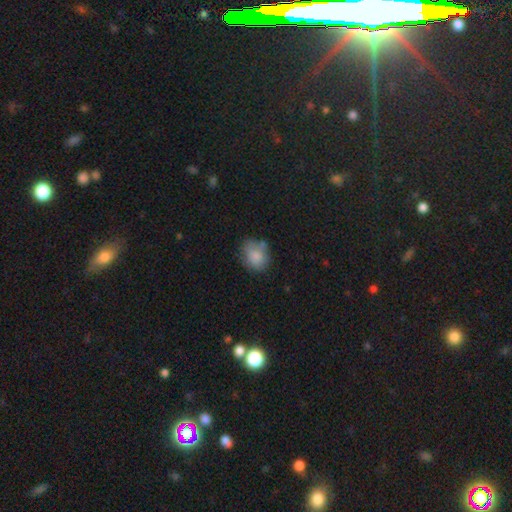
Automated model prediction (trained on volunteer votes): Smooth or featured? Predicted: smooth (p=0.82). How rounded? Predicted: round (p=0.53). Merging? Predicted: none (p=0.62).